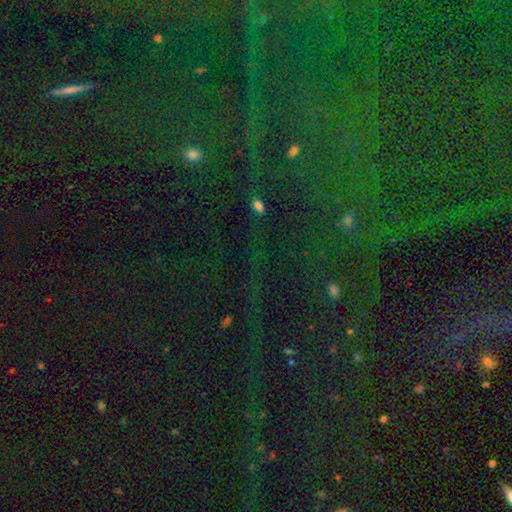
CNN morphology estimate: Smooth or featured?
  - star or artifact: 81% *
  - smooth: 11%
  - featured or disk: 8%